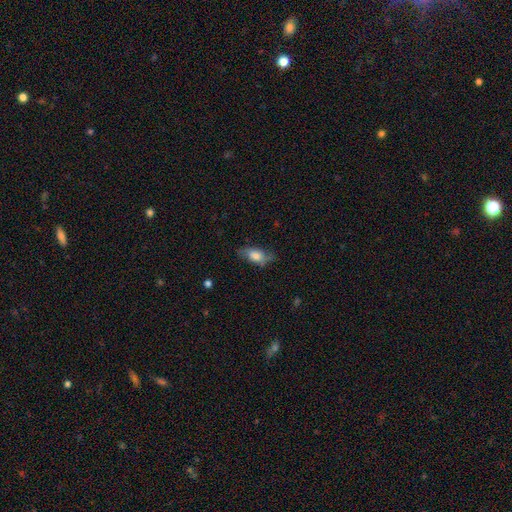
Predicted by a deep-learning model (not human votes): smooth-or-featured: smooth: 67% | featured or disk: 25% | star or artifact: 8%
  how-rounded: in between: 83% | cigar-shaped: 12% | round: 6%
  merging: none: 65% | minor disturbance: 25% | major disturbance: 8% | merger: 2%